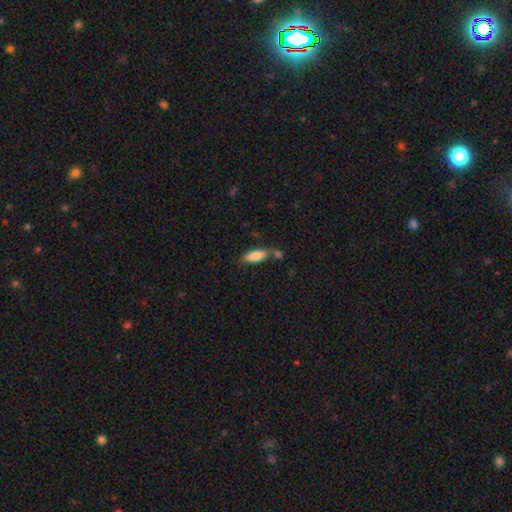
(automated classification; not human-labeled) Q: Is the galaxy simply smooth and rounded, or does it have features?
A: smooth — 81%.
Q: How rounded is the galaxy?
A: in between — 65%.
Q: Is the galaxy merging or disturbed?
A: none — 51%.